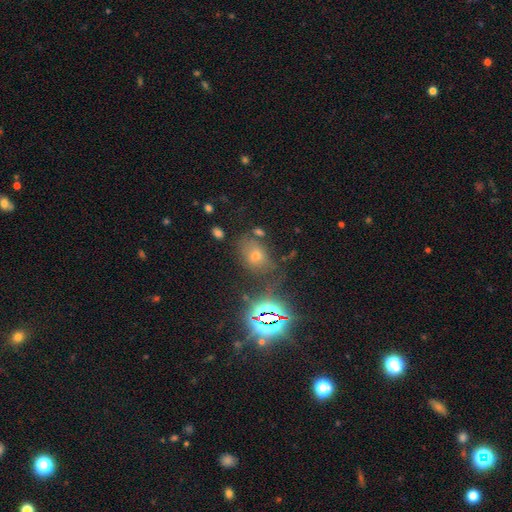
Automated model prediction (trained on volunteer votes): star or artifact 43%, smooth 41%, featured or disk 15%.